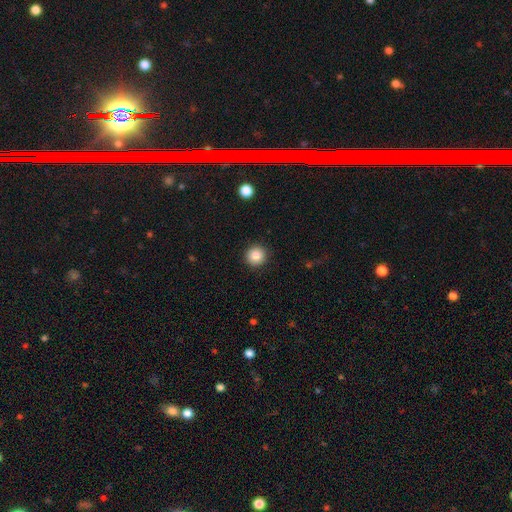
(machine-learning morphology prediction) This is clearly a smooth galaxy (87%). How rounded: clearly round (95%). Merging: clearly none (92%).